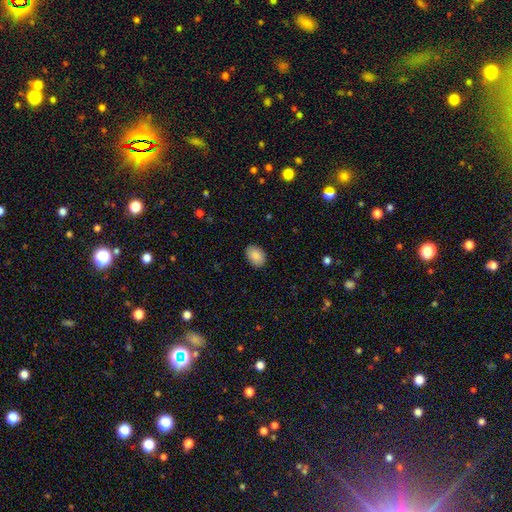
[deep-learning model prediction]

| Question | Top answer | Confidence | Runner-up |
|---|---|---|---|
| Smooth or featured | smooth | 89% | star or artifact (7%) |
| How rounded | in between | 83% | round (16%) |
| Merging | none | 88% | minor disturbance (9%) |